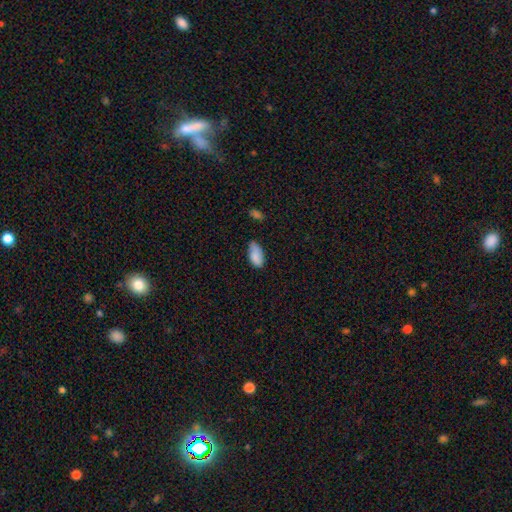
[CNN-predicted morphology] This appears to be a smooth galaxy with no disk features (86%) that is in between round and cigar-shaped (92%). Merging: none (54%).